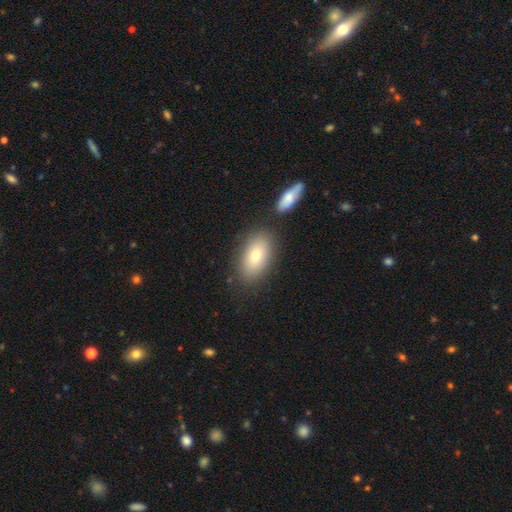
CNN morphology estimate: Q: Smooth or featured?
A: smooth (77%); runner-up: featured or disk (15%)
Q: How rounded?
A: in between (90%); runner-up: round (8%)
Q: Merging?
A: none (77%); runner-up: minor disturbance (10%)